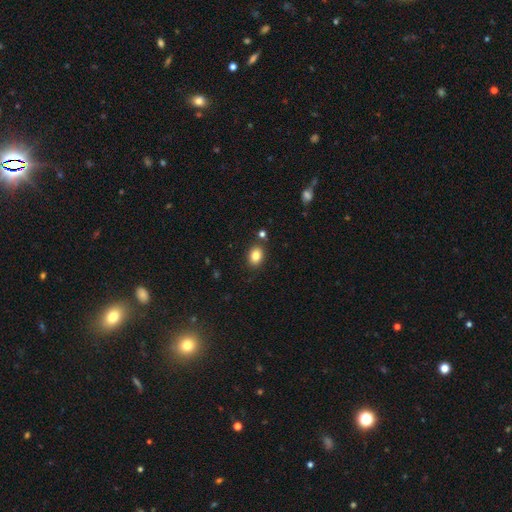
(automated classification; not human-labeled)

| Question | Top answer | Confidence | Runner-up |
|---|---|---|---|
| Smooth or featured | smooth | 84% | star or artifact (9%) |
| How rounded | in between | 67% | round (32%) |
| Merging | none | 83% | minor disturbance (10%) |